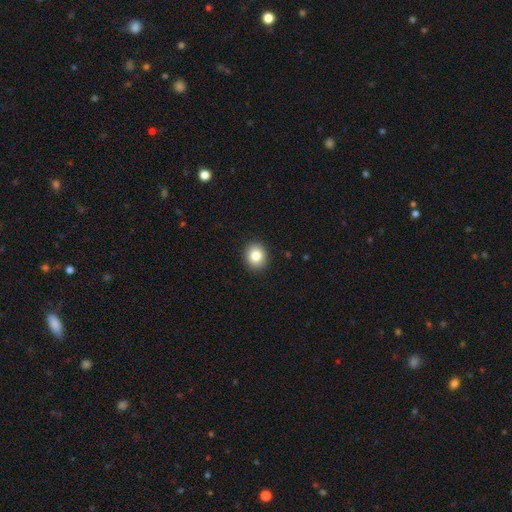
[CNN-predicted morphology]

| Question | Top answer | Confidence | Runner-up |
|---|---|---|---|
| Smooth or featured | smooth | 84% | star or artifact (9%) |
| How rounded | round | 72% | in between (27%) |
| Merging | none | 91% | minor disturbance (6%) |